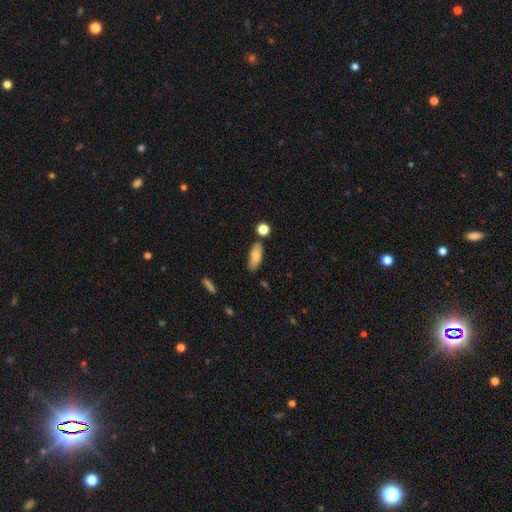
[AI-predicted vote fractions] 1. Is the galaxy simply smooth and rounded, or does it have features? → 73% smooth, 20% featured or disk, 7% star or artifact.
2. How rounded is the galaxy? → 72% in between, 25% cigar-shaped, 3% round.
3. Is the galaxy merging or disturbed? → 77% none, 14% minor disturbance, 7% merger, 3% major disturbance.